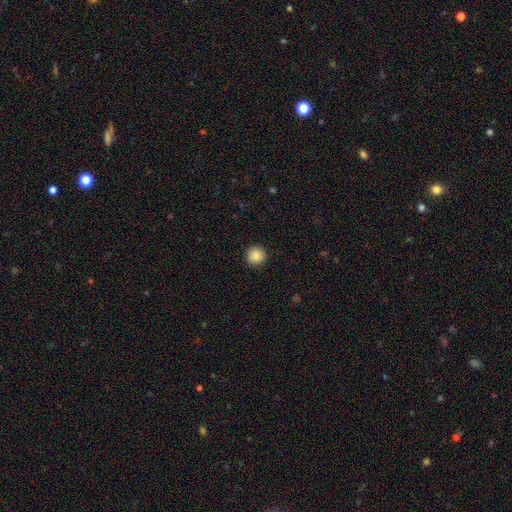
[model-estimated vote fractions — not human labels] Smooth or featured?
  - smooth: 86% *
  - star or artifact: 9%
  - featured or disk: 5%
How rounded?
  - round: 95% *
  - in between: 4%
  - cigar-shaped: 1%
Merging?
  - none: 91% *
  - minor disturbance: 6%
  - major disturbance: 2%
  - merger: 1%